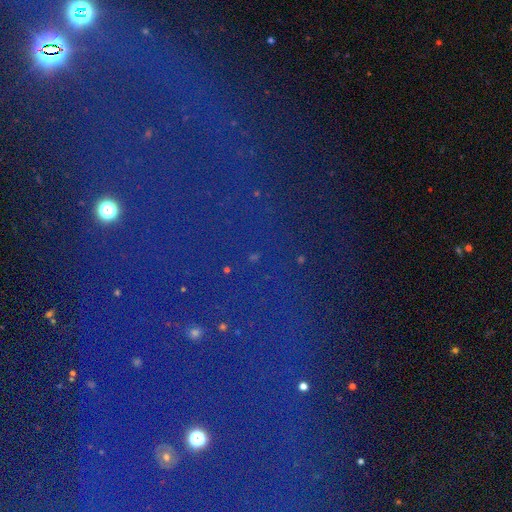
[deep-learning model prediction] A star or artifact, not a galaxy (77%).

Vote fractions:
- Smooth or featured? star or artifact: 77% / featured or disk: 12% / smooth: 12%